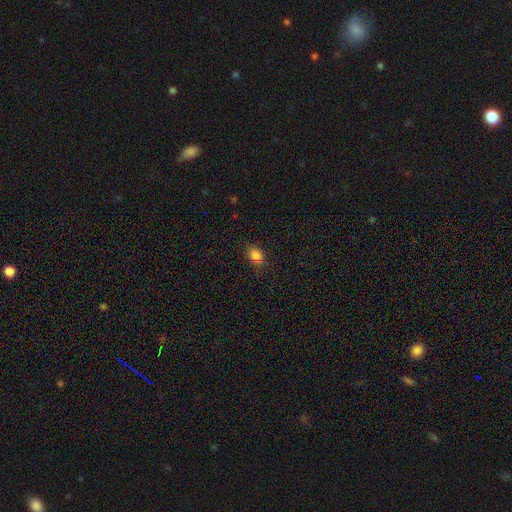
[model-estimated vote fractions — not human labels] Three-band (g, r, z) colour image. It shows a smooth galaxy with no disk features (81%) that is in between round and cigar-shaped (59%). Merging: none (80%).